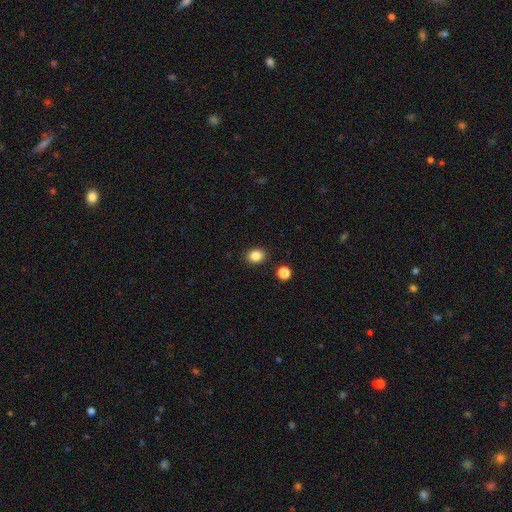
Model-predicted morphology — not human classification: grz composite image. It shows a smooth galaxy with no disk features (85%) that is round (61%). Merging: none (88%).